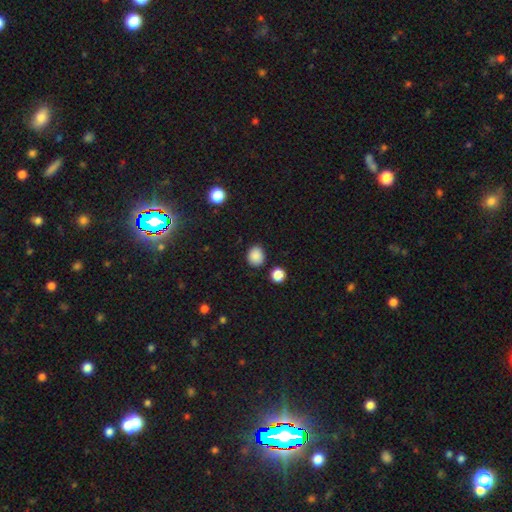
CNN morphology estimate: smooth 87%, star or artifact 10%, featured or disk 3%. Down the decision tree: how rounded — round (70%); merging — none (83%).